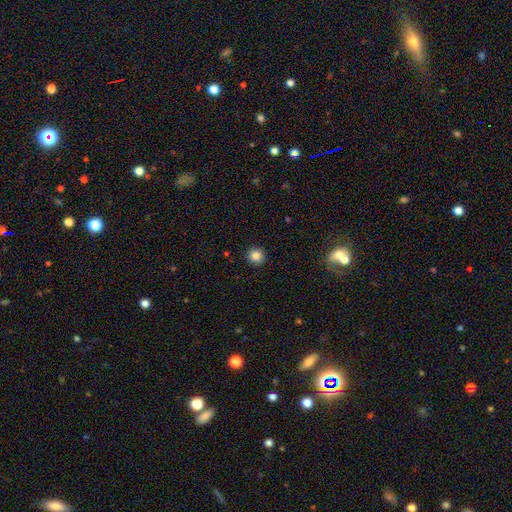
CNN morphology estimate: smooth_or_featured: smooth (p=0.85) [alt: star or artifact p=0.11]
how_rounded: round (p=0.94) [alt: in between p=0.05]
merging: none (p=0.93) [alt: minor disturbance p=0.05]